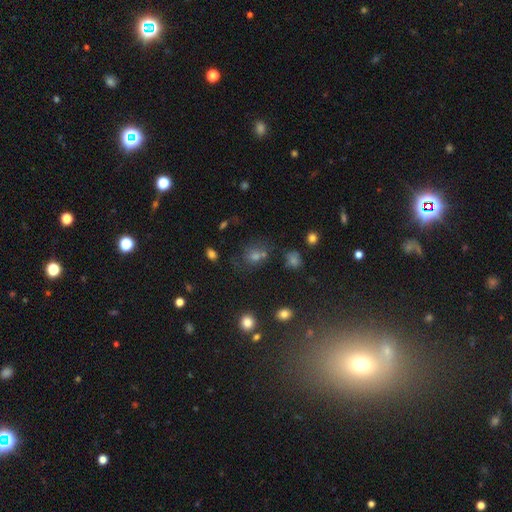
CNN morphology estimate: A smooth galaxy with no disk features (50%). Merging: none (64%).